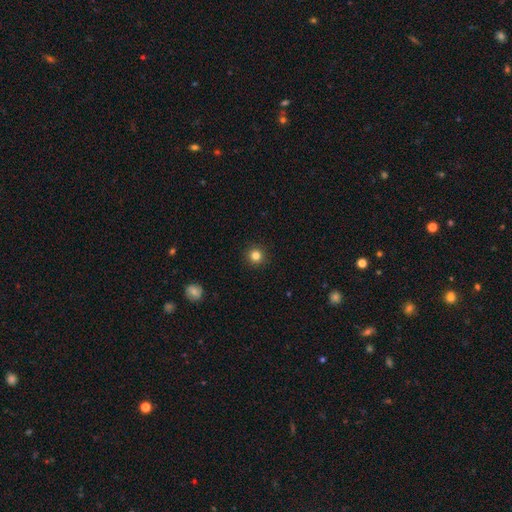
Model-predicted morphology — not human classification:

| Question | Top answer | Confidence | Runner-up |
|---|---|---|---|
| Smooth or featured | smooth | 83% | star or artifact (12%) |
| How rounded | round | 95% | in between (4%) |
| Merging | none | 93% | minor disturbance (5%) |